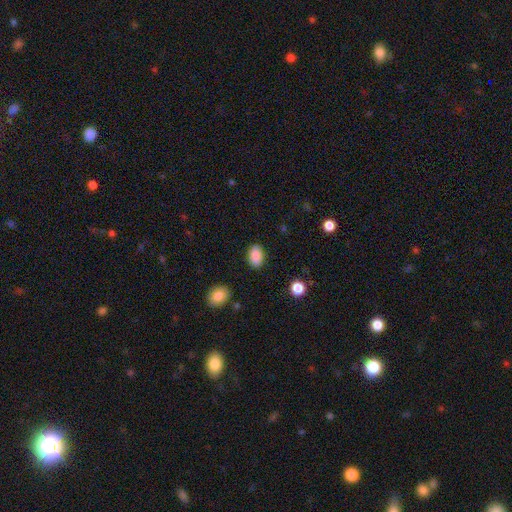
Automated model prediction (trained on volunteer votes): Smooth or featured? smooth (88%)
How rounded? in between (90%)
Merging? none (87%)